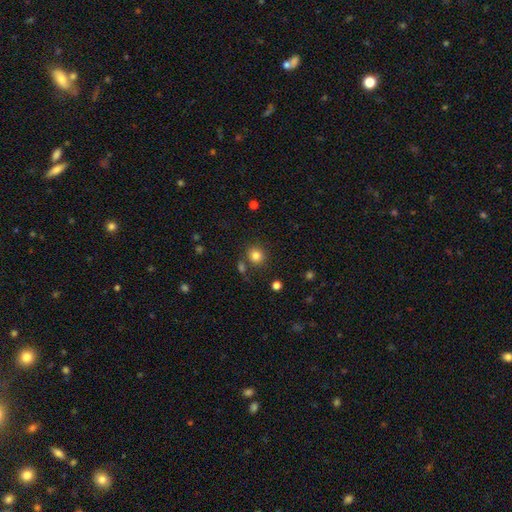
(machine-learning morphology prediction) Smooth or featured: smooth — 82% (star or artifact — 12%)
How rounded: round — 84% (in between — 15%)
Merging: none — 80% (minor disturbance — 9%)